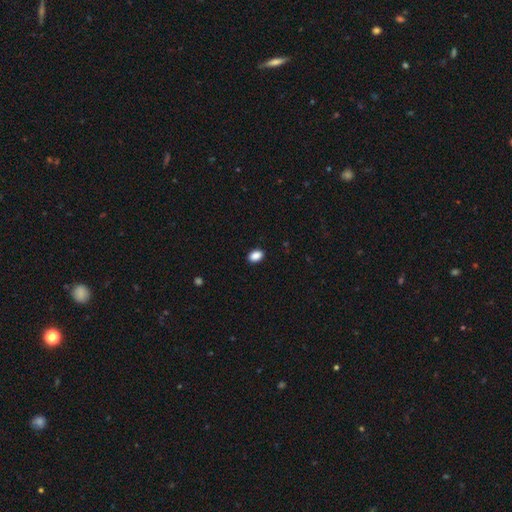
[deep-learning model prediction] Q: Smooth or featured?
A: smooth (89%); runner-up: star or artifact (8%)
Q: How rounded?
A: in between (80%); runner-up: round (19%)
Q: Merging?
A: none (90%); runner-up: minor disturbance (7%)